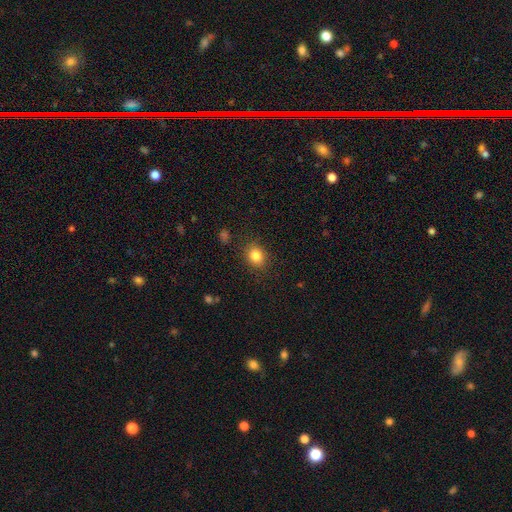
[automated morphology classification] This appears to be a smooth galaxy with no disk features (84%) that is round (61%). Merging: none (86%).